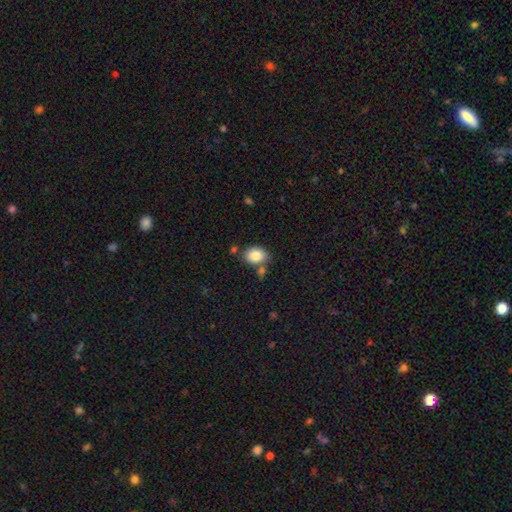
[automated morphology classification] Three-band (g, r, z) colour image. It shows a smooth galaxy with no disk features (83%) that is in between round and cigar-shaped (69%). Merging: none (67%).